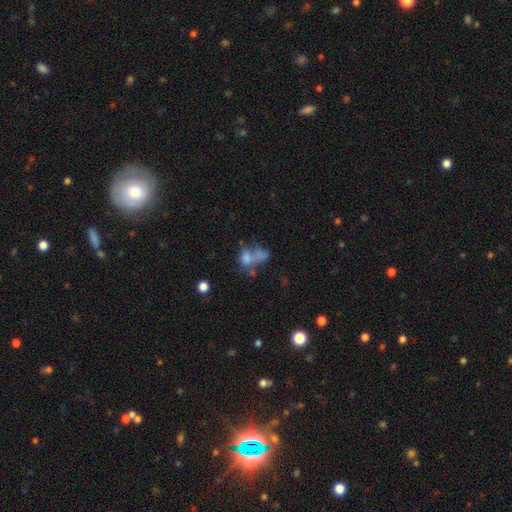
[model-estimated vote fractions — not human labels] Overall: smooth (51%; featured or disk 26%). How rounded: in between (58%; round 38%). Merging: merger (46%; none 25%).